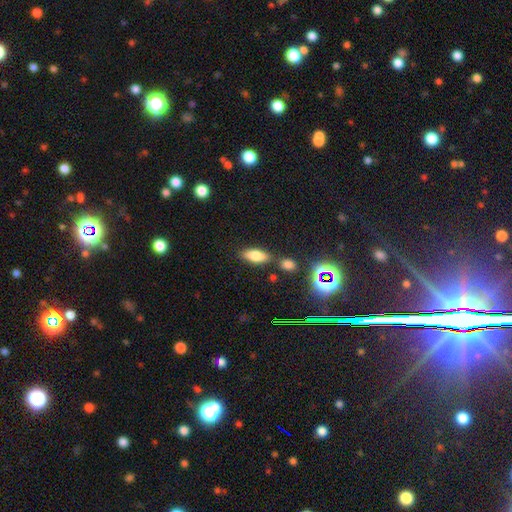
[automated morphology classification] Smooth or featured?
  - smooth: 73% *
  - featured or disk: 14%
  - star or artifact: 13%
How rounded?
  - in between: 78% *
  - cigar-shaped: 18%
  - round: 4%
Merging?
  - none: 75% *
  - minor disturbance: 12%
  - merger: 10%
  - major disturbance: 4%